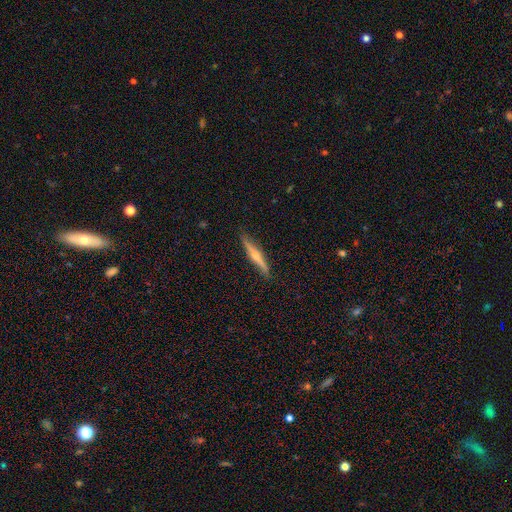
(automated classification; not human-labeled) Q: Smooth or featured?
A: featured or disk (68%); runner-up: smooth (26%)
Q: Edge-on disk?
A: yes (97%); runner-up: no (3%)
Q: Edge-on bulge?
A: rounded (90%); runner-up: none (7%)
Q: Merging?
A: none (88%); runner-up: minor disturbance (9%)